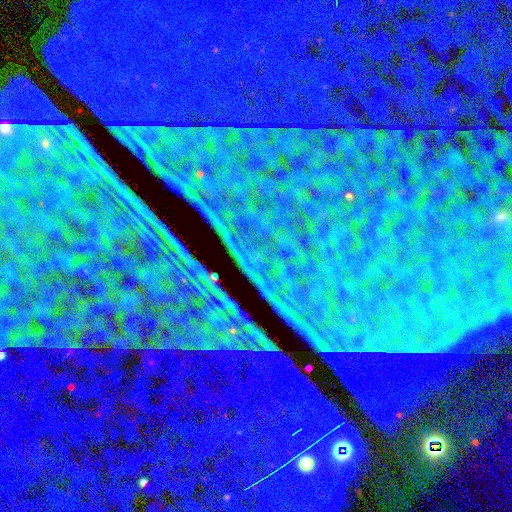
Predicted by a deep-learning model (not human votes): The model was most divided on "smooth or featured": star or artifact: 85%, featured or disk: 8%, smooth: 7%.